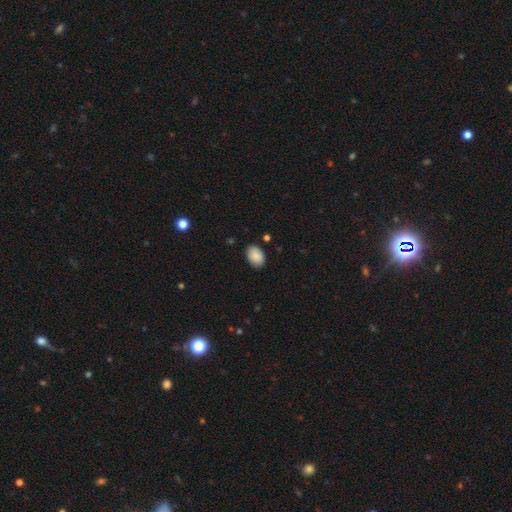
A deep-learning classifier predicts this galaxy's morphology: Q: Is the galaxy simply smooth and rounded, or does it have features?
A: smooth — 89%.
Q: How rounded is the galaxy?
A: in between — 81%.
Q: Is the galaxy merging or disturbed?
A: none — 85%.